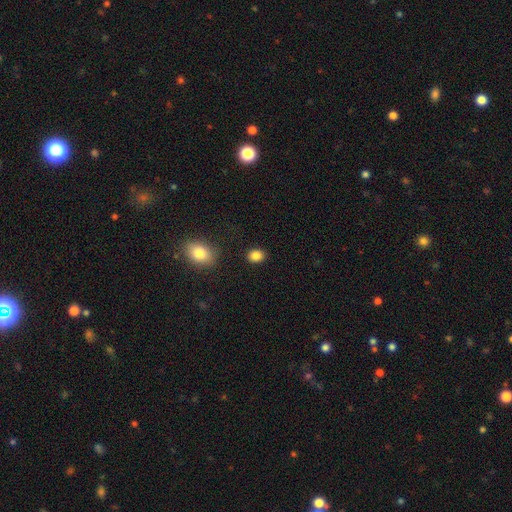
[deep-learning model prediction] This appears to be a smooth galaxy with no disk features (86%) that is in between round and cigar-shaped (53%). Merging: none (88%).